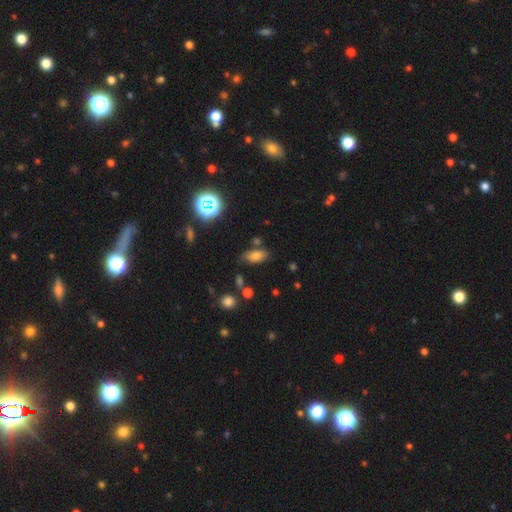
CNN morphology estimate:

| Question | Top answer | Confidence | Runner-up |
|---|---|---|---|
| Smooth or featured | smooth | 74% | star or artifact (14%) |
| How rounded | in between | 86% | cigar-shaped (9%) |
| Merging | none | 71% | minor disturbance (17%) |